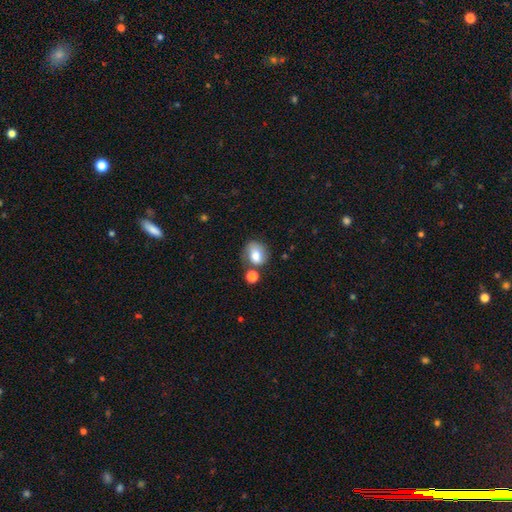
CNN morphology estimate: A smooth galaxy with no disk features (77%) that is round (55%).

Vote fractions:
- Smooth or featured? smooth: 77% / featured or disk: 14% / star or artifact: 9%
- How rounded? round: 55% / in between: 44% / cigar-shaped: 1%
- Merging? none: 47% / minor disturbance: 24% / merger: 18% / major disturbance: 12%